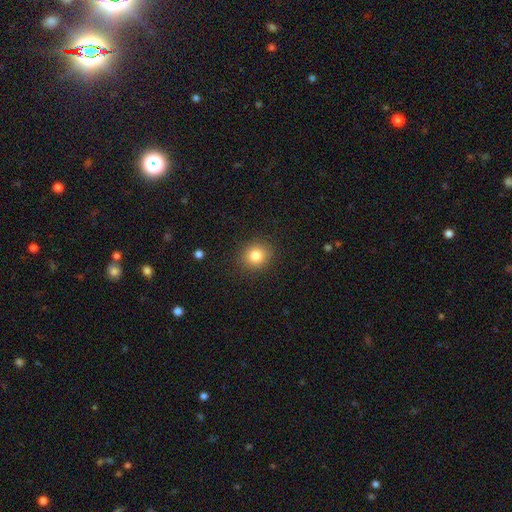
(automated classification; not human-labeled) Smooth or featured? Predicted: smooth (p=0.82). How rounded? Predicted: round (p=0.83). Merging? Predicted: none (p=0.89).